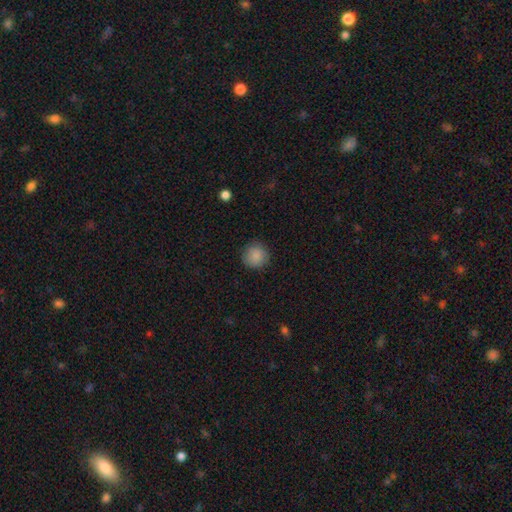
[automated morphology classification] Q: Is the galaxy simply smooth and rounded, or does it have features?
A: smooth — 88%.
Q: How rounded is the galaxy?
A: round — 94%.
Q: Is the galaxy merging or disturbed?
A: none — 89%.